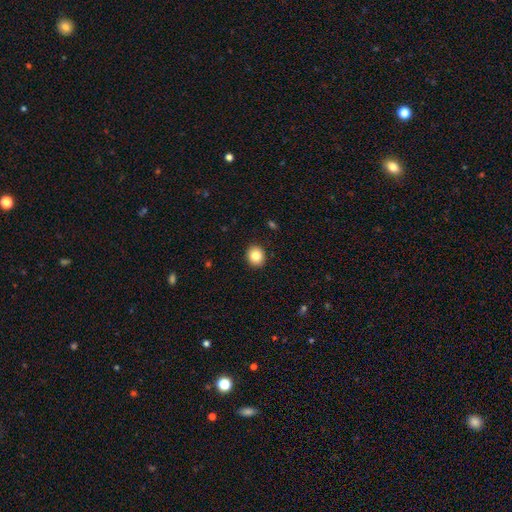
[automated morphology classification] Smooth or featured: smooth — 83% (star or artifact — 9%)
How rounded: round — 83% (in between — 16%)
Merging: none — 92% (minor disturbance — 5%)